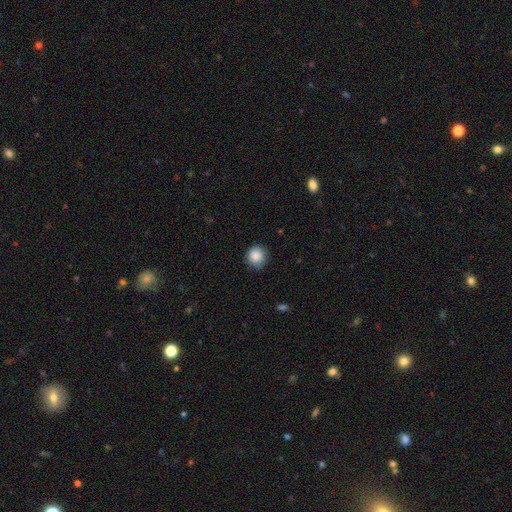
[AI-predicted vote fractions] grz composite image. It shows a smooth galaxy with no disk features (88%) that is round (90%). Merging: none (82%).